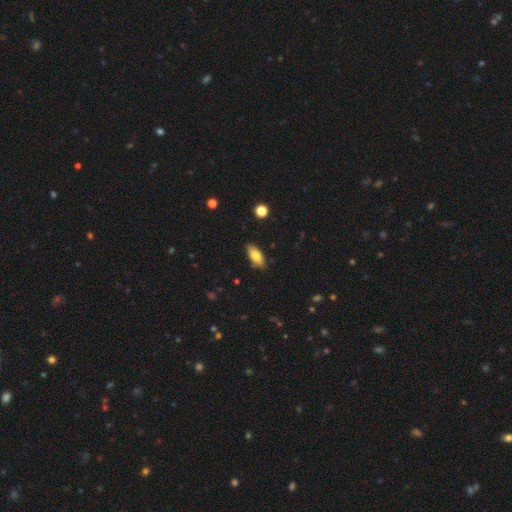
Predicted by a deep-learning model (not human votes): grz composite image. It shows a smooth galaxy with no disk features (80%) that is in between round and cigar-shaped (84%). Merging: none (85%).